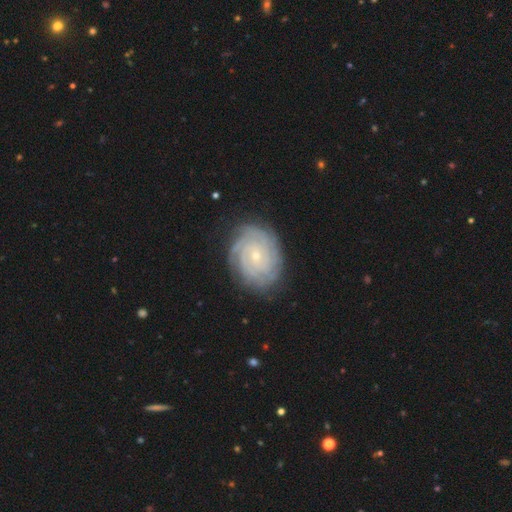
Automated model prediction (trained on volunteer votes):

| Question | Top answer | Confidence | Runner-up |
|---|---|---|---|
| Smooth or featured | featured or disk | 83% | smooth (11%) |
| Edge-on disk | no | 97% | yes (3%) |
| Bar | no | 76% | weak (20%) |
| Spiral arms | yes | 97% | no (3%) |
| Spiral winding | tight | 84% | medium (13%) |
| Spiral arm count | can't tell | 30% | 4 (22%) |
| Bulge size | small | 77% | moderate (20%) |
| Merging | none | 83% | minor disturbance (13%) |